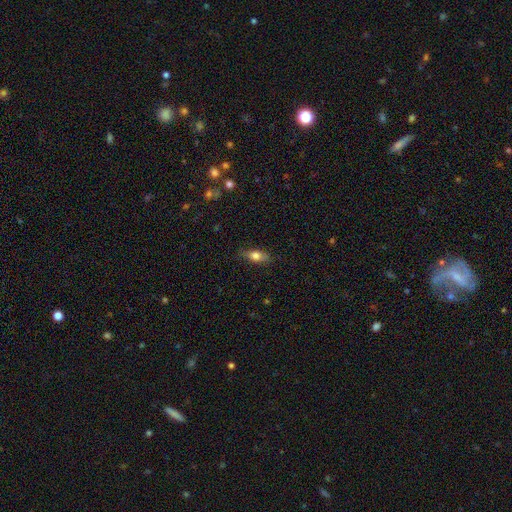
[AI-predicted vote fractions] Smooth or featured? Predicted: smooth (p=0.73). How rounded? Predicted: in between (p=0.75). Merging? Predicted: none (p=0.80).